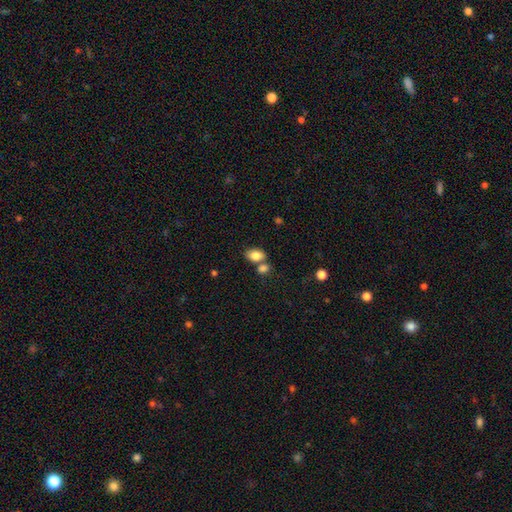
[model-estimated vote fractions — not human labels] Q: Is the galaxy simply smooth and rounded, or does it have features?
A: smooth — 84%.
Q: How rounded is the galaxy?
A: in between — 84%.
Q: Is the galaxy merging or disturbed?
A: none — 53%.